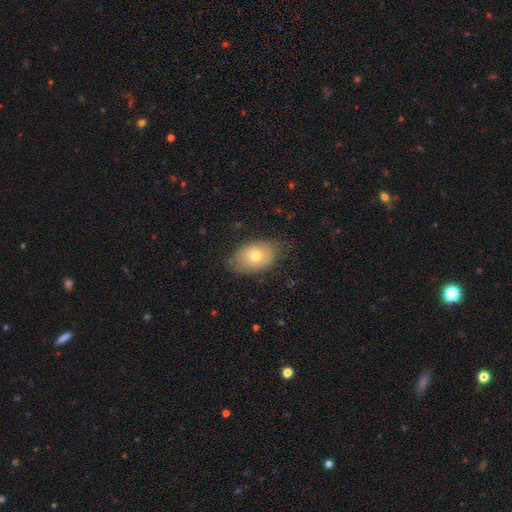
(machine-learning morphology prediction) A smooth galaxy with no disk features (72%) that is in between round and cigar-shaped (85%). Merging: none (72%).